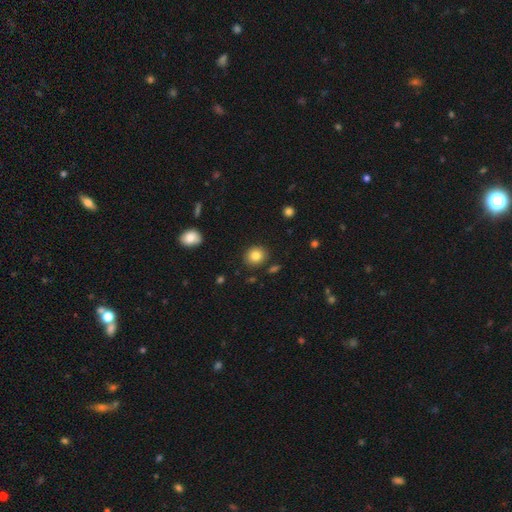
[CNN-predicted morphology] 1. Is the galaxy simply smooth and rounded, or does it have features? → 83% smooth, 10% star or artifact, 7% featured or disk.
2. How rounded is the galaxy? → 80% round, 19% in between, 1% cigar-shaped.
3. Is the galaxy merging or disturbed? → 88% none, 8% minor disturbance, 2% merger, 2% major disturbance.